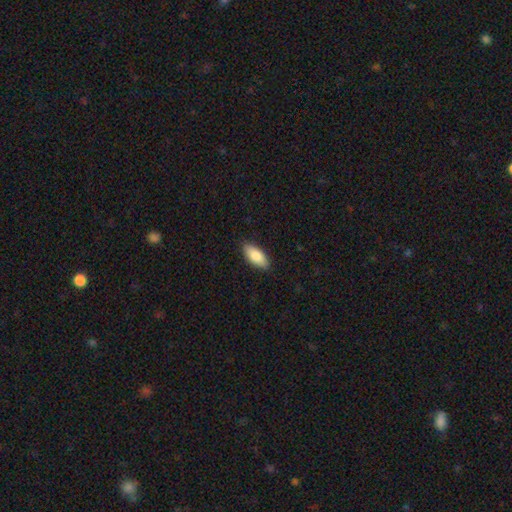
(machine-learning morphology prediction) This appears to be a smooth galaxy with no disk features (85%) that is in between round and cigar-shaped (86%). Merging: none (88%).